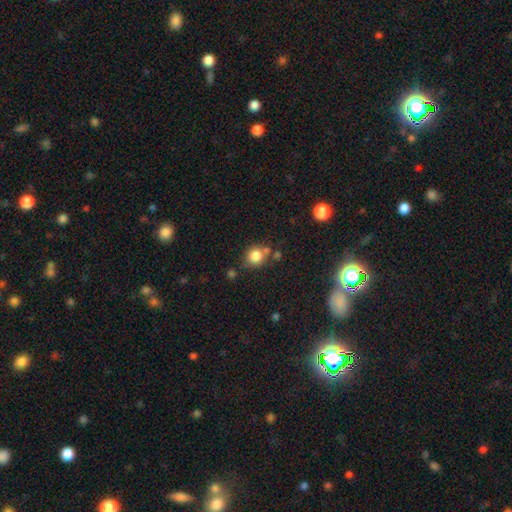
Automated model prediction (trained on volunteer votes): Smooth or featured: smooth — 81% (star or artifact — 11%)
How rounded: round — 82% (in between — 17%)
Merging: none — 65% (merger — 17%)